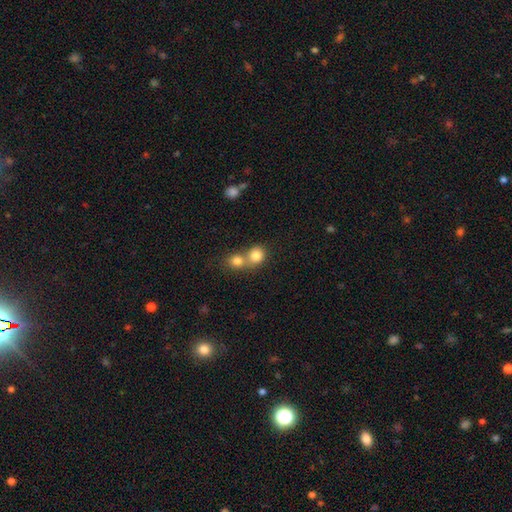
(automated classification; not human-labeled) Overall: smooth (81%). How rounded: round (82%). Merging: merger (56%; none 37%).